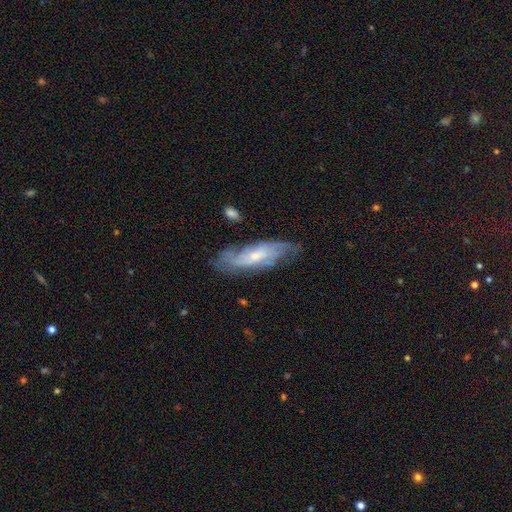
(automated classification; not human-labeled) smooth_or_featured: featured or disk (p=0.70) [alt: smooth p=0.23]
disk_edge_on: no (p=0.78) [alt: yes p=0.22]
bar: no (p=0.54) [alt: weak p=0.37]
has_spiral_arms: yes (p=0.88) [alt: no p=0.12]
bulge_size: small (p=0.53) [alt: moderate p=0.39]
merging: none (p=0.67) [alt: minor disturbance p=0.23]